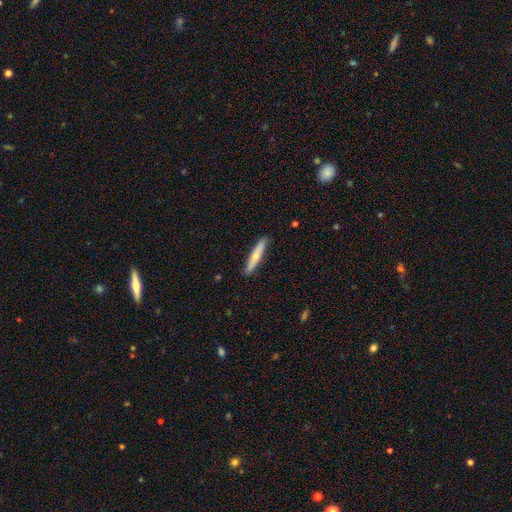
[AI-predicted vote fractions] Overall: smooth (62%; featured or disk 32%). How rounded: cigar-shaped (92%). Merging: none (89%).